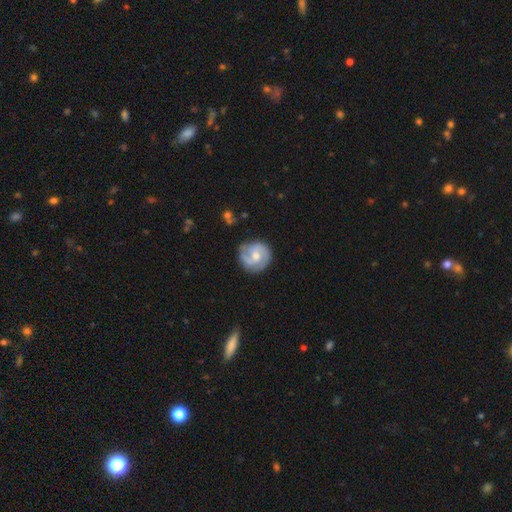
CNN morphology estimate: type=featured or disk (77%); edge-on=no (98%); bar=no (54%); spiral arms=yes (94%); winding=medium (43%, tied with tight); arm count=2 (73%); bulge=moderate (62%); merging=none (78%).